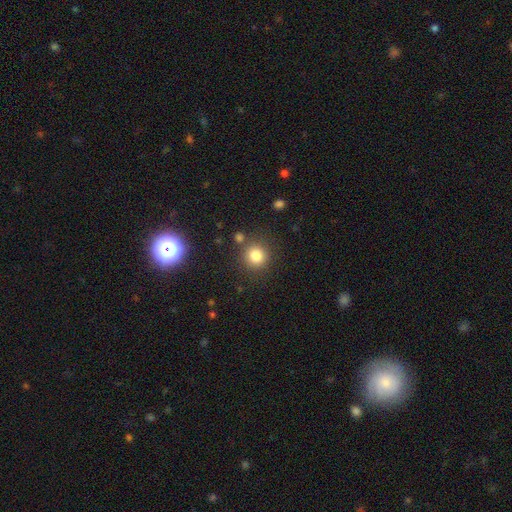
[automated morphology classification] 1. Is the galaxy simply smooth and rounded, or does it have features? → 82% smooth, 12% star or artifact, 6% featured or disk.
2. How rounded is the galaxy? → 91% round, 8% in between, 1% cigar-shaped.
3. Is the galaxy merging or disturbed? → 82% none, 9% minor disturbance, 6% merger, 3% major disturbance.